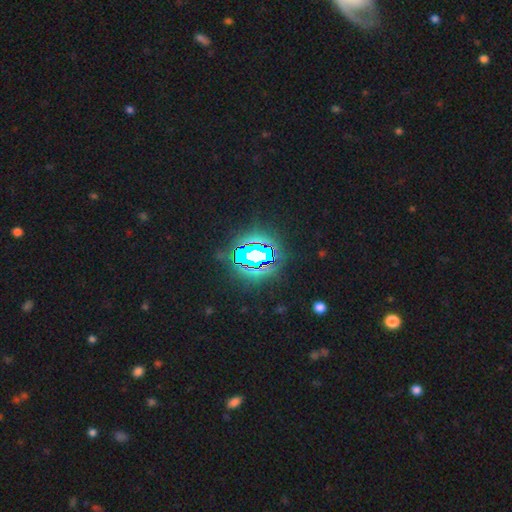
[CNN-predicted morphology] Overall: star or artifact (74%).